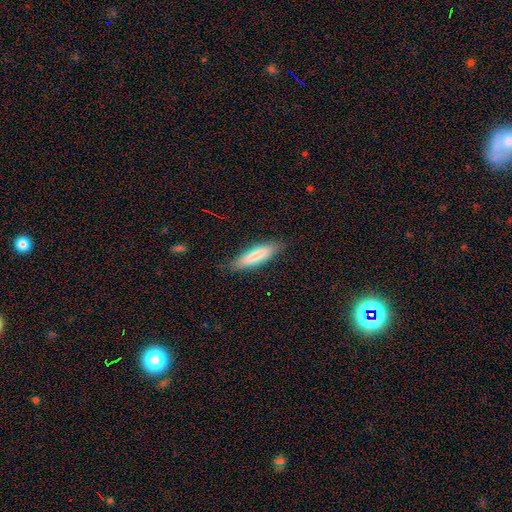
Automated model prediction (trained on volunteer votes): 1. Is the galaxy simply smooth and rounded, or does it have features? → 80% smooth, 14% featured or disk, 6% star or artifact.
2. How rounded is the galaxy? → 72% cigar-shaped, 27% in between, 1% round.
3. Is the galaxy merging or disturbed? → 84% none, 12% minor disturbance, 2% major disturbance, 1% merger.